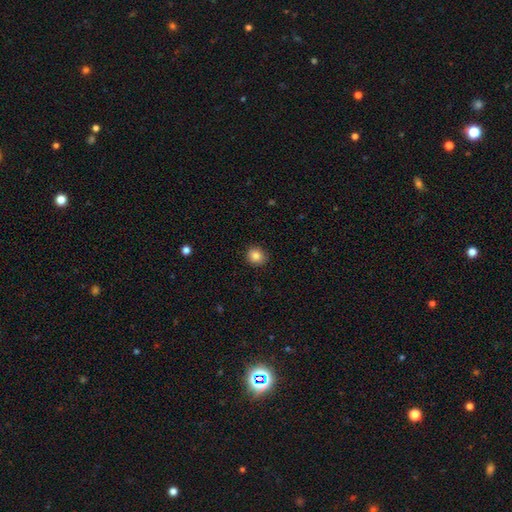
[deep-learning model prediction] A smooth galaxy with no disk features (85%) that is round (83%).

Vote fractions:
- Smooth or featured? smooth: 85% / star or artifact: 10% / featured or disk: 6%
- How rounded? round: 83% / in between: 16% / cigar-shaped: 1%
- Merging? none: 89% / minor disturbance: 8% / major disturbance: 2% / merger: 1%